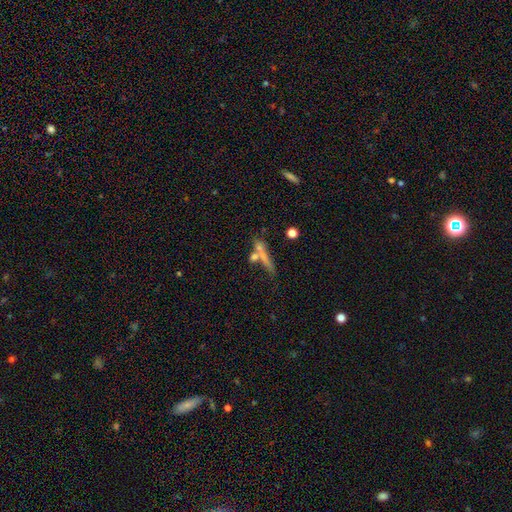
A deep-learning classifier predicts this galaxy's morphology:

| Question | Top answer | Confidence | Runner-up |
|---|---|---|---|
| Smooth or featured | smooth | 47% | featured or disk (39%) |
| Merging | none | 55% | merger (25%) |